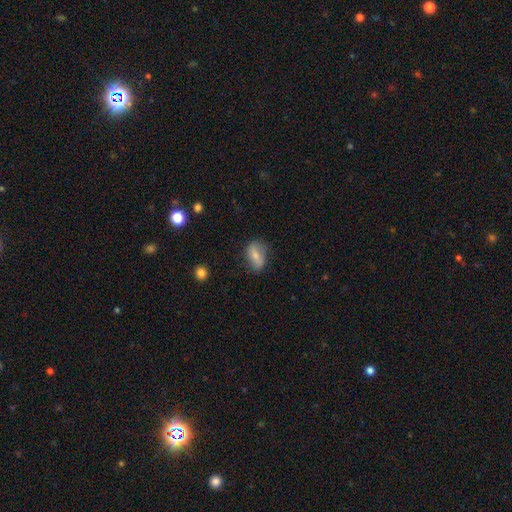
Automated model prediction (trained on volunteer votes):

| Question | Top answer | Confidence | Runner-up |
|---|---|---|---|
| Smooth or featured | smooth | 61% | featured or disk (32%) |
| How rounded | in between | 79% | round (17%) |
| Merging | none | 72% | minor disturbance (20%) |